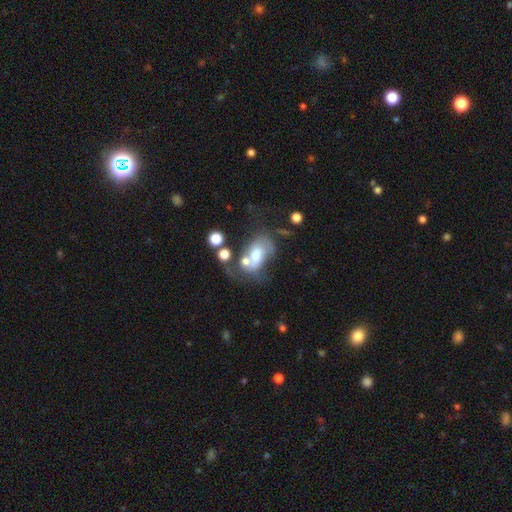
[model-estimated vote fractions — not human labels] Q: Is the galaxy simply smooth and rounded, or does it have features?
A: smooth — 52%.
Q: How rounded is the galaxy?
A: in between — 79%.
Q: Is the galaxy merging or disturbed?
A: merger — 42%.